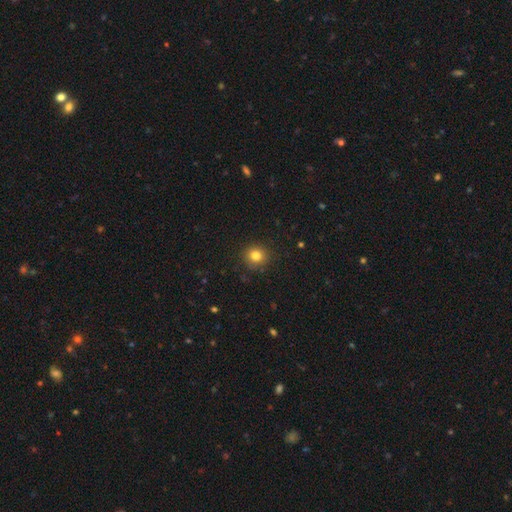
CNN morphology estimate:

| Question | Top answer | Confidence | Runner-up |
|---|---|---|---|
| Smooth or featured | smooth | 82% | star or artifact (12%) |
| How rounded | round | 89% | in between (10%) |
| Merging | none | 89% | minor disturbance (8%) |